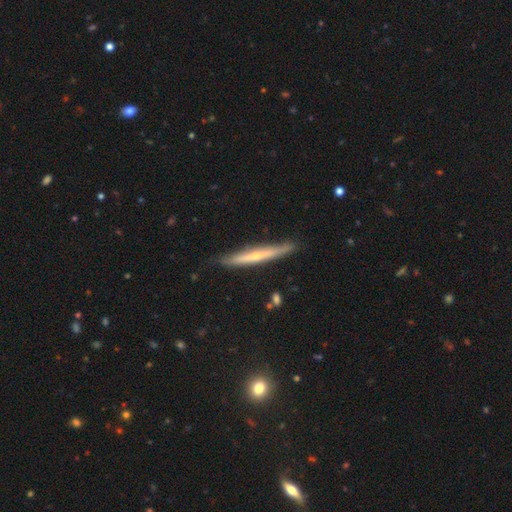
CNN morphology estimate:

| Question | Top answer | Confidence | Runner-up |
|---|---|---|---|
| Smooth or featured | featured or disk | 60% | smooth (34%) |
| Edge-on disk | yes | 95% | no (5%) |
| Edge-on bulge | rounded | 63% | none (33%) |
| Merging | none | 85% | minor disturbance (12%) |